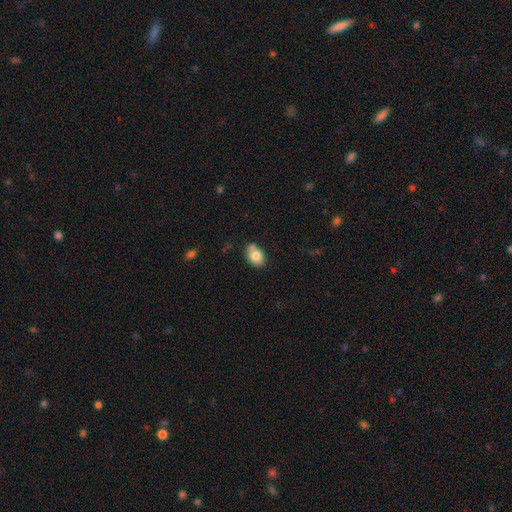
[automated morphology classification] A smooth galaxy with no disk features (80%) that is in between round and cigar-shaped (70%).

Vote fractions:
- Smooth or featured? smooth: 80% / featured or disk: 12% / star or artifact: 8%
- How rounded? in between: 70% / round: 29% / cigar-shaped: 1%
- Merging? none: 60% / merger: 19% / minor disturbance: 18% / major disturbance: 4%